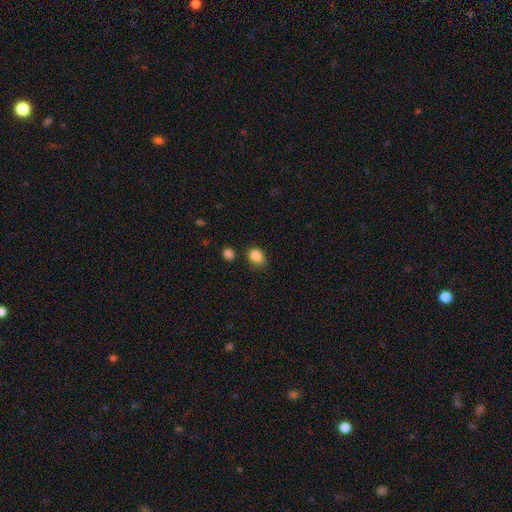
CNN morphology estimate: Smooth or featured?
  - smooth: 86% *
  - star or artifact: 10%
  - featured or disk: 4%
How rounded?
  - round: 53% *
  - in between: 46%
  - cigar-shaped: 1%
Merging?
  - none: 72% *
  - minor disturbance: 18%
  - merger: 5%
  - major disturbance: 5%